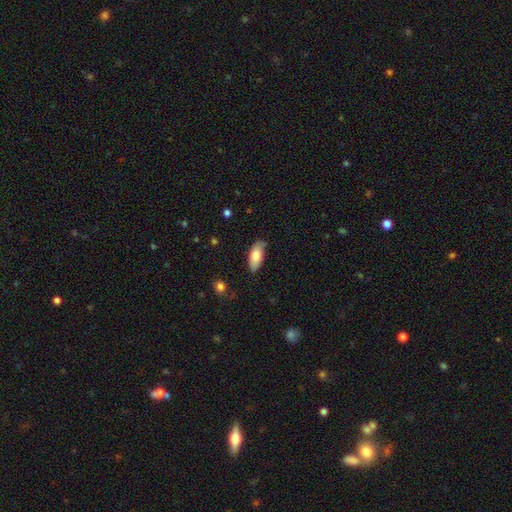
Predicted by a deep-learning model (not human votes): This appears to be a smooth galaxy with no disk features (78%) that is in between round and cigar-shaped (88%). Merging: none (73%).